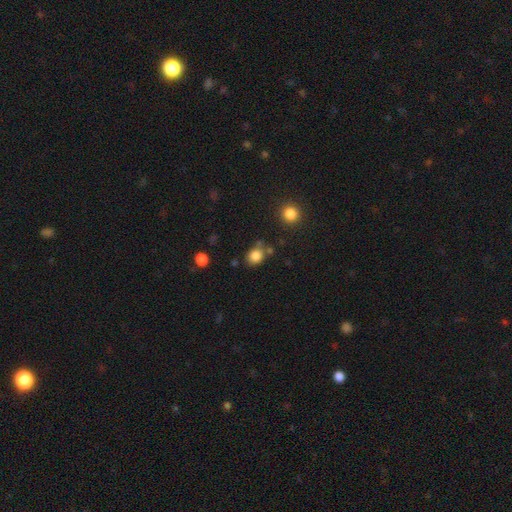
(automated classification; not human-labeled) This is clearly a smooth galaxy (83%). How rounded: likely round (68%). Merging: likely none (69%).